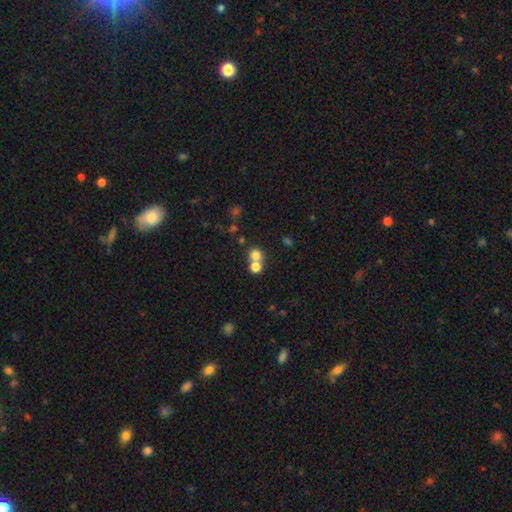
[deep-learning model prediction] Smooth or featured? Predicted: smooth (p=0.75). How rounded? Predicted: round (p=0.85). Merging? Predicted: none (p=0.46).